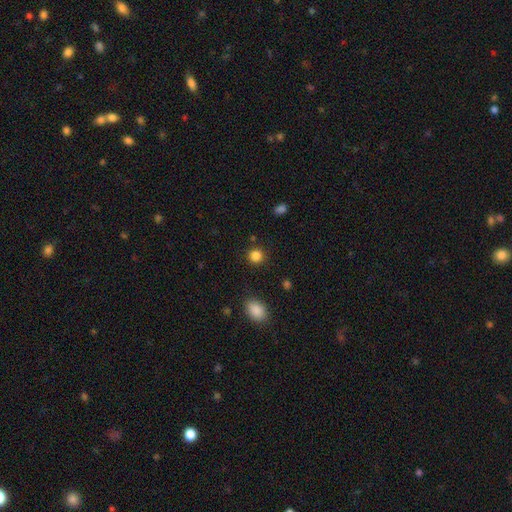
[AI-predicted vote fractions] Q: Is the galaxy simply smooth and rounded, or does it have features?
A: smooth — 85%.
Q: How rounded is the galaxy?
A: round — 89%.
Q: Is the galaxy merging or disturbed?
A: none — 88%.